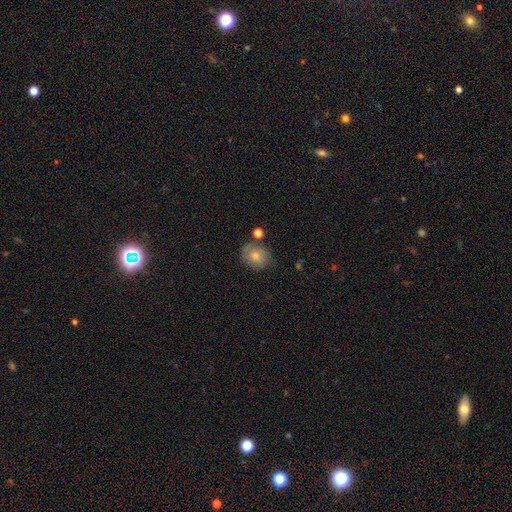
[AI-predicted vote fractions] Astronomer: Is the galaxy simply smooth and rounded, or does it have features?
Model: smooth — 72%.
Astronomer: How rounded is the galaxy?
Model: round — 70%.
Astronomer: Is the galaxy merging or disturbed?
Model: none — 68%.